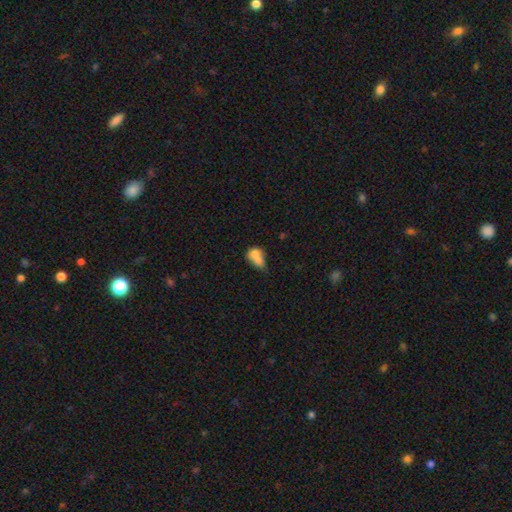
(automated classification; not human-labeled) Morphology: type=smooth (70%); roundness=in between (54%); merging=merger (66%).